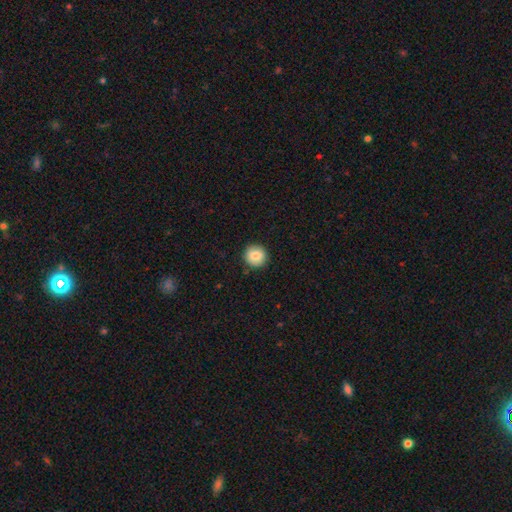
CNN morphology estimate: Smooth or featured? smooth (84%)
How rounded? round (93%)
Merging? none (90%)